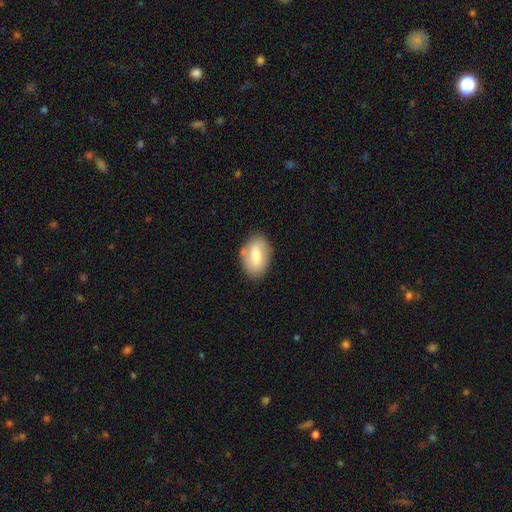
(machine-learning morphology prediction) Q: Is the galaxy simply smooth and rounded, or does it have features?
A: smooth — 68%.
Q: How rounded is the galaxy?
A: in between — 87%.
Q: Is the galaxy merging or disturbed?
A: none — 80%.